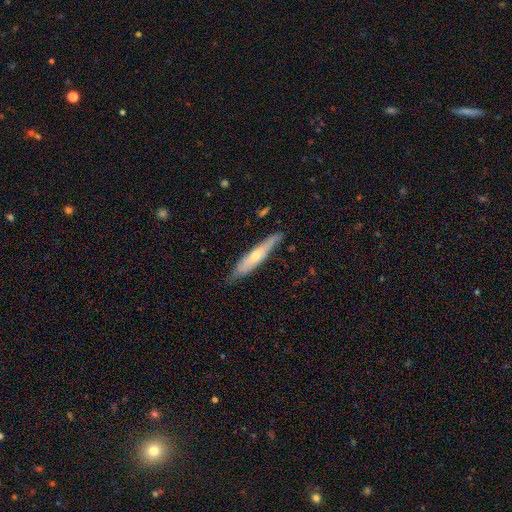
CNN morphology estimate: Q: Smooth or featured?
A: featured or disk (49%); runner-up: smooth (46%)
Q: Merging?
A: none (78%); runner-up: minor disturbance (18%)